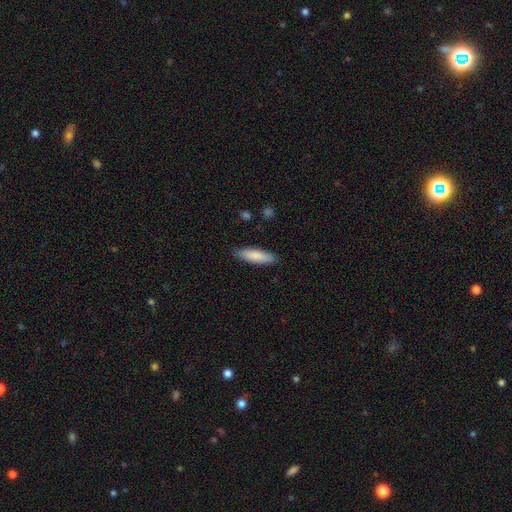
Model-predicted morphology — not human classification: Q: Smooth or featured?
A: smooth (85%); runner-up: featured or disk (9%)
Q: How rounded?
A: cigar-shaped (61%); runner-up: in between (38%)
Q: Merging?
A: none (88%); runner-up: minor disturbance (9%)